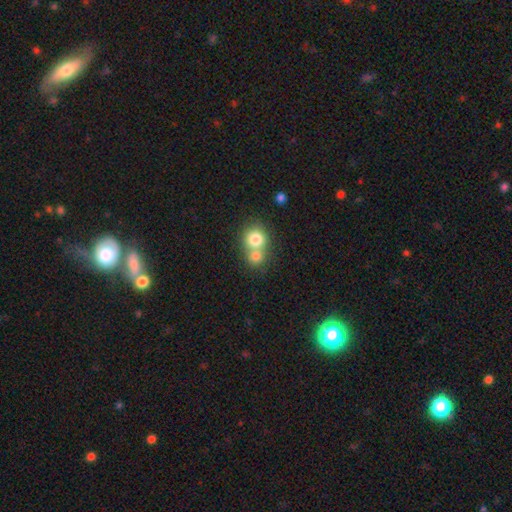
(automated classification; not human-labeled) Q: Smooth or featured?
A: smooth (77%); runner-up: featured or disk (13%)
Q: How rounded?
A: round (81%); runner-up: in between (18%)
Q: Merging?
A: merger (60%); runner-up: none (32%)